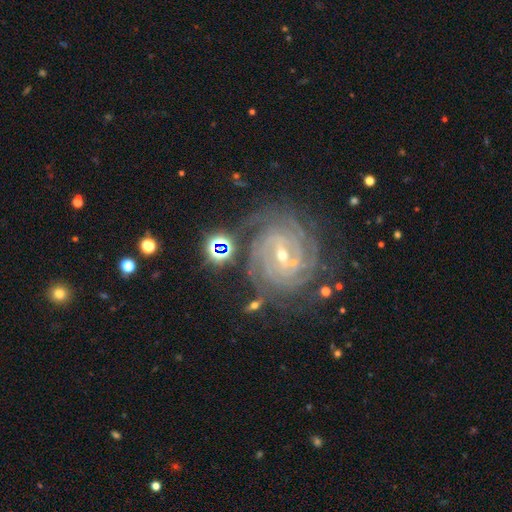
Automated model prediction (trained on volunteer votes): smooth_or_featured: featured or disk (p=0.87) [alt: star or artifact p=0.08]
disk_edge_on: no (p=0.97) [alt: yes p=0.03]
bar: weak (p=0.47) [alt: strong p=0.30]
has_spiral_arms: yes (p=0.98) [alt: no p=0.02]
spiral_winding: tight (p=0.80) [alt: medium p=0.17]
spiral_arm_count: can't tell (p=0.23) [tied with: 4 p=0.23]
bulge_size: small (p=0.63) [alt: moderate p=0.34]
merging: none (p=0.75) [alt: minor disturbance p=0.15]